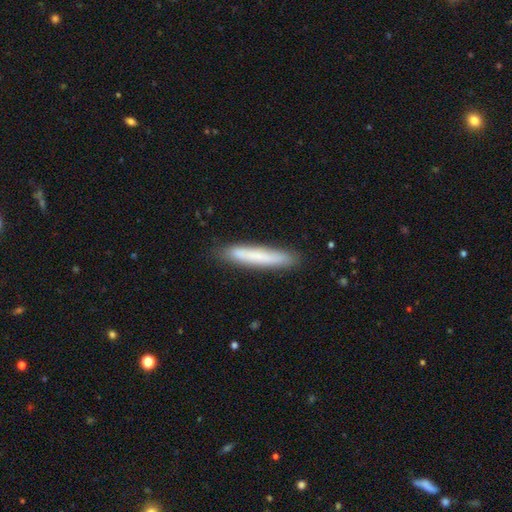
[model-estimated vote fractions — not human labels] Smooth or featured: smooth — 72% (featured or disk — 22%)
How rounded: cigar-shaped — 94% (in between — 5%)
Merging: none — 87% (minor disturbance — 10%)